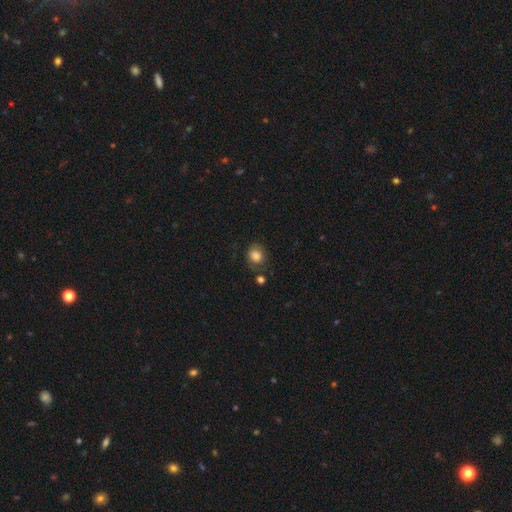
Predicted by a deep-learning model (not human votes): Smooth or featured?
  - smooth: 81% *
  - star or artifact: 10%
  - featured or disk: 8%
How rounded?
  - round: 62% *
  - in between: 37%
  - cigar-shaped: 1%
Merging?
  - none: 66% *
  - minor disturbance: 20%
  - major disturbance: 8%
  - merger: 6%